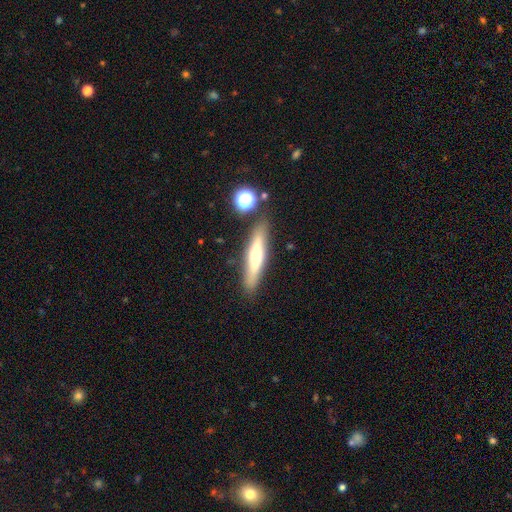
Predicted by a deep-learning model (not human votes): This is possibly a smooth galaxy (48%). Merging: clearly none (83%).